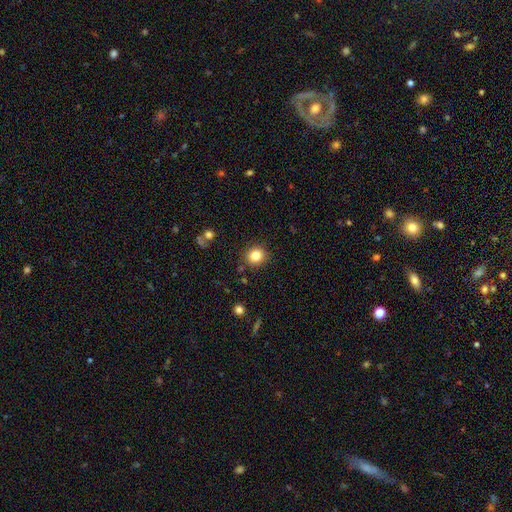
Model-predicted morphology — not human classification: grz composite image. It shows a smooth galaxy with no disk features (83%) that is round (85%). Merging: none (87%).